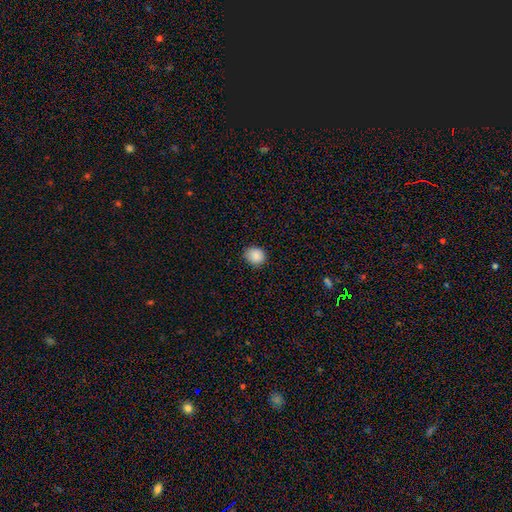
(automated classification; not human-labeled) Smooth or featured? Predicted: smooth (p=0.88). How rounded? Predicted: round (p=0.77). Merging? Predicted: none (p=0.87).